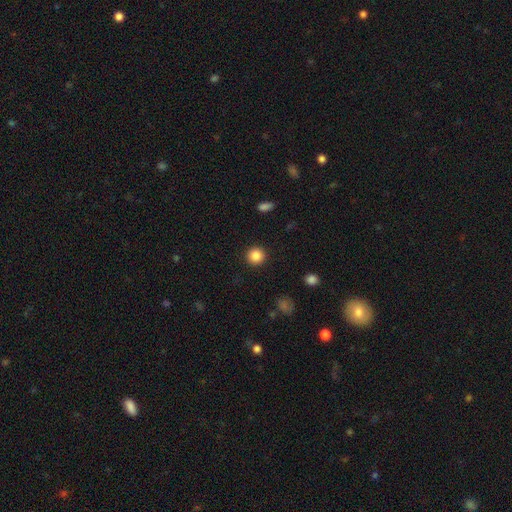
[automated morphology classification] type=smooth (86%); roundness=round (94%); merging=none (92%).